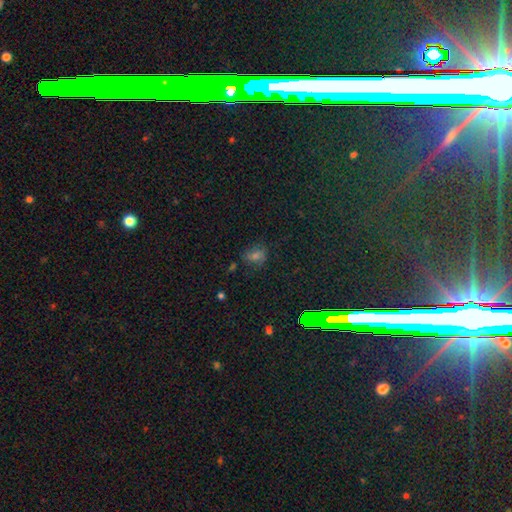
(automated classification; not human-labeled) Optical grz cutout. It shows a smooth galaxy with no disk features (44%). Merging: none (66%).